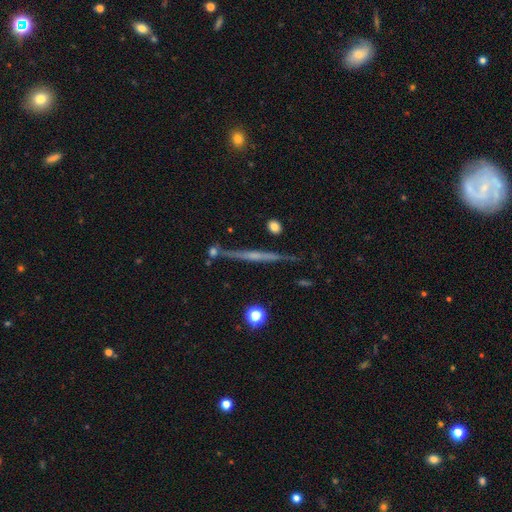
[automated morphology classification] This is likely a featured or disk galaxy (72%). It is clearly viewed edge-on (98%). Edge-on bulge: possibly none (48%). Merging: clearly none (84%).